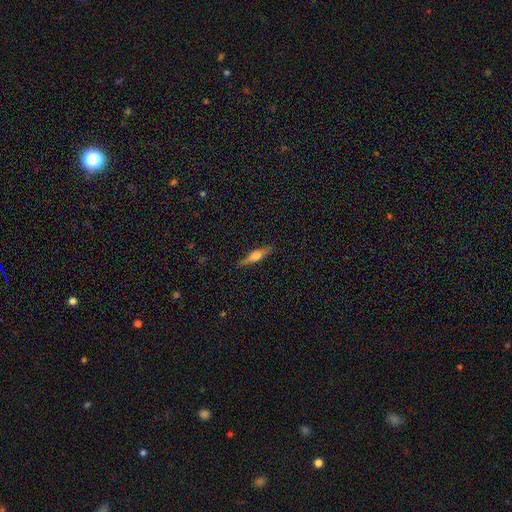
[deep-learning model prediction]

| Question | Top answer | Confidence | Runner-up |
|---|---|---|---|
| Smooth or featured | featured or disk | 61% | smooth (32%) |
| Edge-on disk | yes | 96% | no (4%) |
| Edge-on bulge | rounded | 90% | boxy (7%) |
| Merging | none | 89% | minor disturbance (8%) |